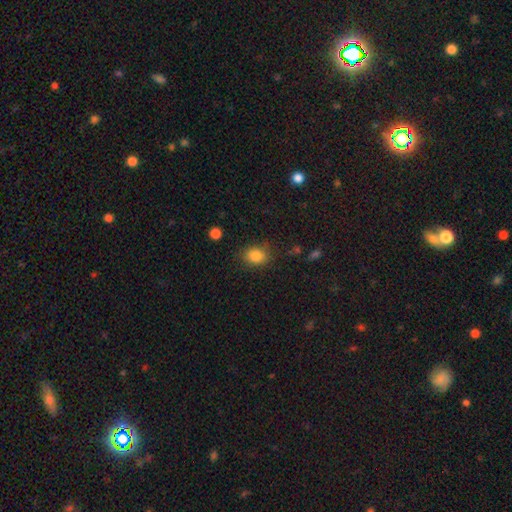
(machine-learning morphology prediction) smooth_or_featured: smooth (p=0.84) [alt: star or artifact p=0.10]
how_rounded: in between (p=0.56) [alt: round p=0.43]
merging: none (p=0.80) [alt: minor disturbance p=0.14]